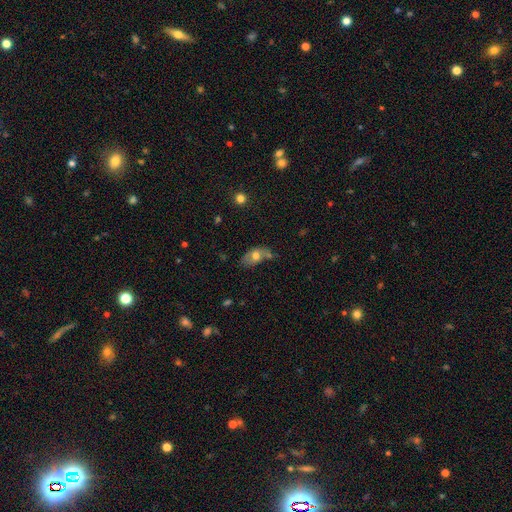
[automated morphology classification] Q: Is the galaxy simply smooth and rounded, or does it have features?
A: smooth — 62%.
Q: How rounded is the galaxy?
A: in between — 85%.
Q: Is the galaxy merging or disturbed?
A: none — 37%.